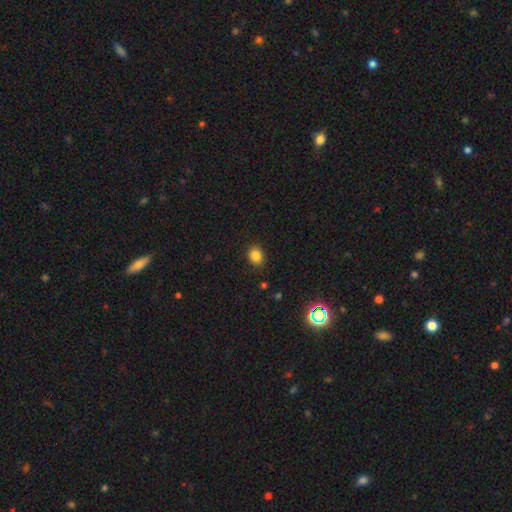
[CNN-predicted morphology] Smooth or featured? Predicted: smooth (p=0.84). How rounded? Predicted: round (p=0.65). Merging? Predicted: none (p=0.89).